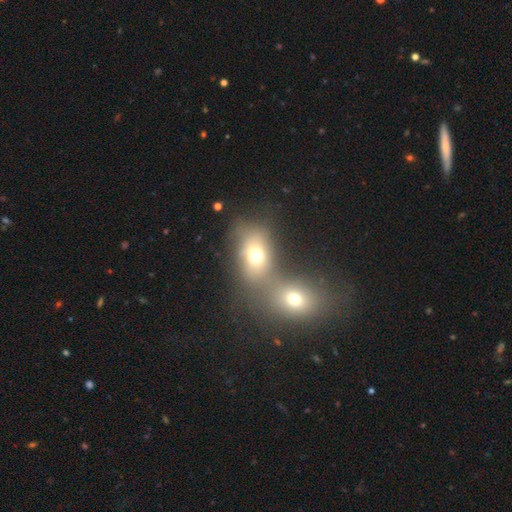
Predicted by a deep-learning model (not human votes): This appears to be a smooth galaxy with no disk features (67%) that is in between round and cigar-shaped (63%). Merging: merger (60%).